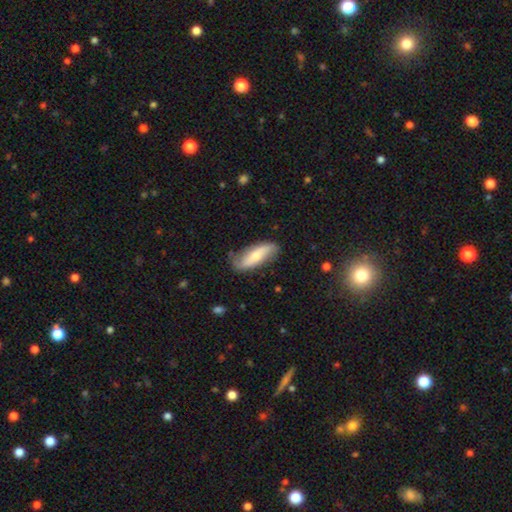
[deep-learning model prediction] smooth_or_featured: featured or disk (p=0.49) [alt: smooth p=0.45]
merging: none (p=0.75) [alt: minor disturbance p=0.19]